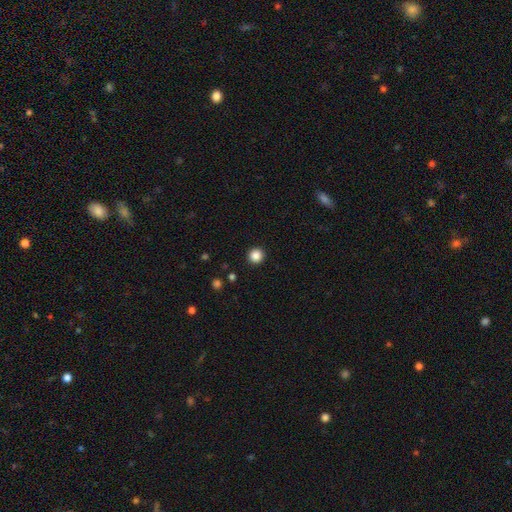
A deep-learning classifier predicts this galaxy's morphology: Smooth or featured?
  - smooth: 86% *
  - star or artifact: 11%
  - featured or disk: 3%
How rounded?
  - round: 95% *
  - in between: 4%
  - cigar-shaped: 1%
Merging?
  - none: 93% *
  - minor disturbance: 4%
  - major disturbance: 2%
  - merger: 1%